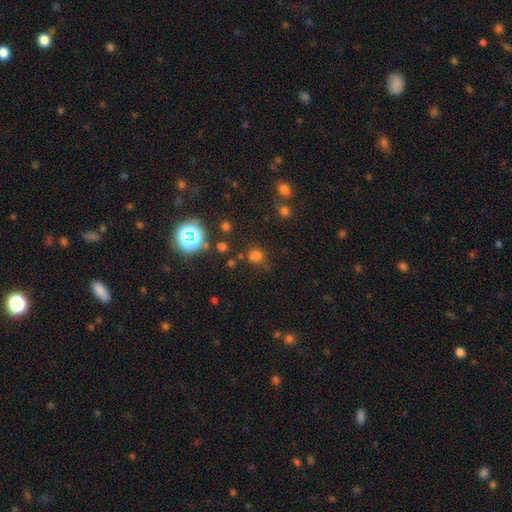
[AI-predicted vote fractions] Q: Smooth or featured?
A: smooth (63%); runner-up: star or artifact (30%)
Q: How rounded?
A: round (75%); runner-up: in between (23%)
Q: Merging?
A: none (66%); runner-up: minor disturbance (17%)